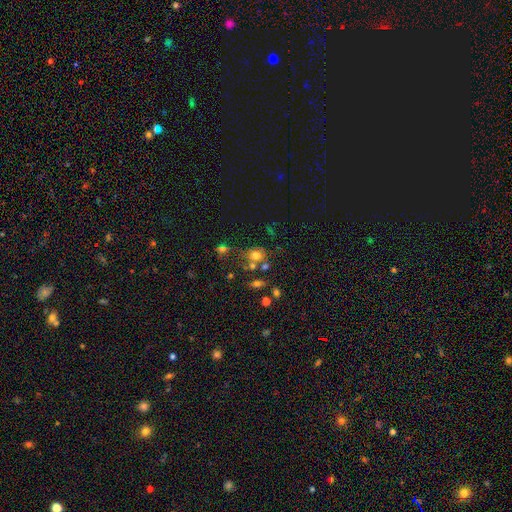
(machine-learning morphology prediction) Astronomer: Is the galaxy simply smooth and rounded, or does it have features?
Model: smooth — 68%.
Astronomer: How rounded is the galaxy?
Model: round — 57% (runner-up: in between, 42%).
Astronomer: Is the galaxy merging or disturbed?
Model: none — 53%.